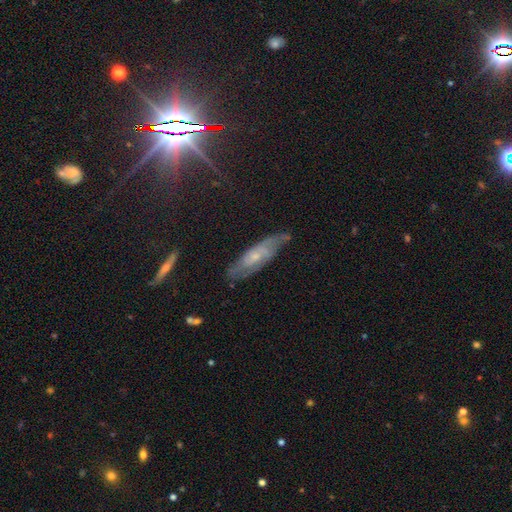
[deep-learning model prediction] Smooth or featured: featured or disk — 66% (smooth — 25%)
Edge-on disk: no — 75% (yes — 25%)
Bar: no — 64% (weak — 31%)
Spiral arms: yes — 86% (no — 14%)
Bulge size: small — 63% (moderate — 29%)
Merging: none — 69% (minor disturbance — 23%)